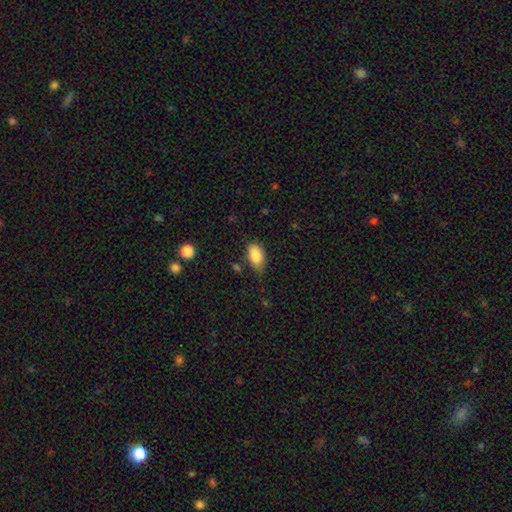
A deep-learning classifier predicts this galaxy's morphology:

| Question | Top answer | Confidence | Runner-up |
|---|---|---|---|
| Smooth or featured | smooth | 85% | star or artifact (7%) |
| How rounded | in between | 92% | round (5%) |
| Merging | none | 70% | minor disturbance (23%) |